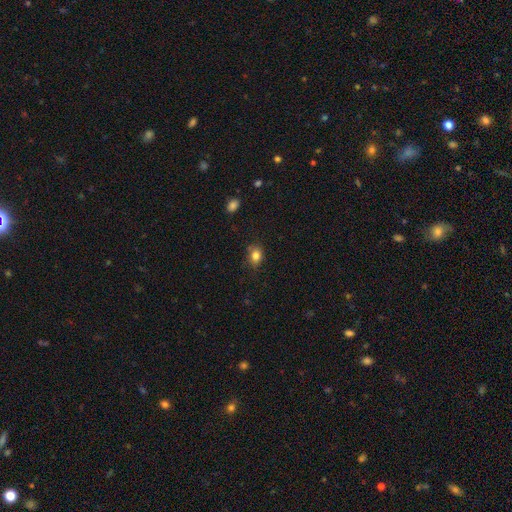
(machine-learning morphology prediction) Overall: smooth (82%). How rounded: in between (53%; round 46%). Merging: none (71%).